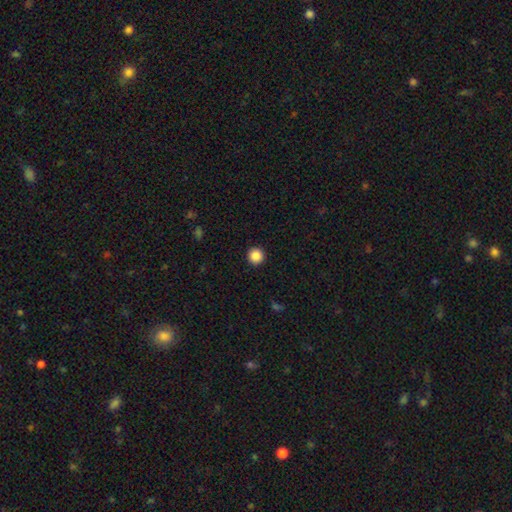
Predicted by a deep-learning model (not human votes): Morphology: type=smooth (88%); roundness=round (96%); merging=none (94%).